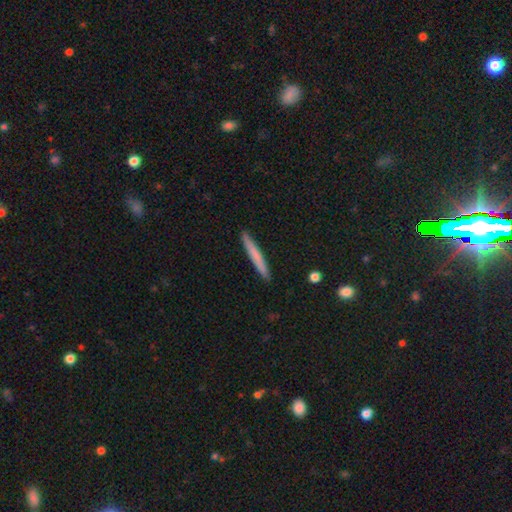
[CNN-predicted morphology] smooth-or-featured: smooth: 72% | featured or disk: 23% | star or artifact: 6%
  how-rounded: cigar-shaped: 97% | in between: 2% | round: 1%
  merging: none: 91% | minor disturbance: 6% | major disturbance: 1% | merger: 1%